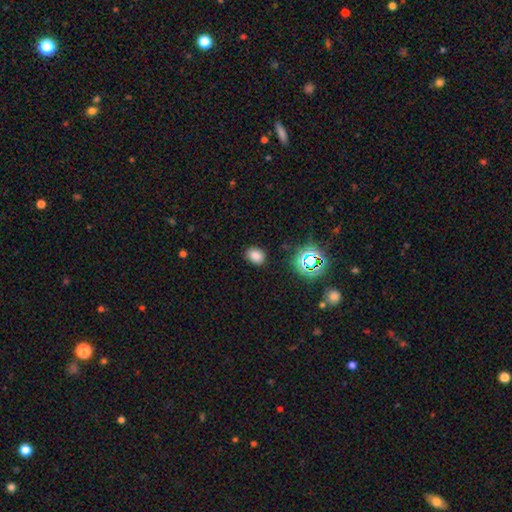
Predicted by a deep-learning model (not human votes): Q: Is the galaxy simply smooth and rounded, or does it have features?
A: smooth — 77%.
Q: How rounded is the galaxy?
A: in between — 65%.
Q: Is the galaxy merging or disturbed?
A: none — 85%.